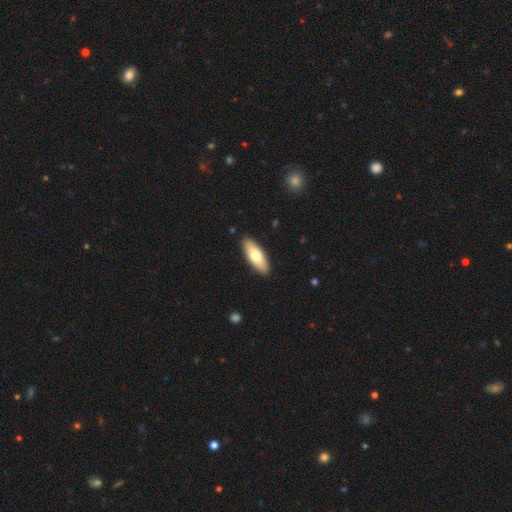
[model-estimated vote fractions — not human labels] smooth 68%, featured or disk 27%, star or artifact 5%. Down the decision tree: how rounded — in between (70%); merging — none (90%).